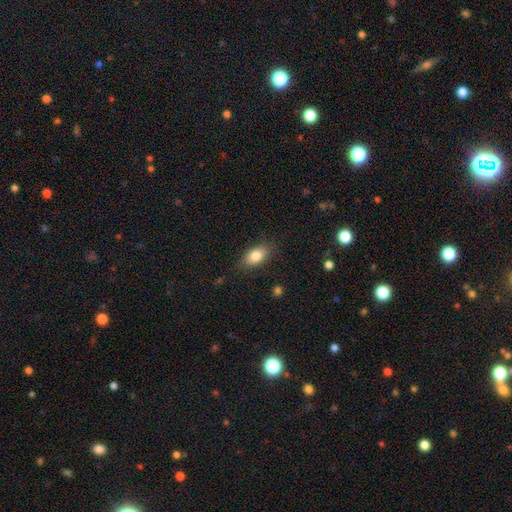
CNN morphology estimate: smooth_or_featured: smooth (p=0.82) [alt: featured or disk p=0.10]
how_rounded: in between (p=0.88) [alt: round p=0.08]
merging: none (p=0.83) [alt: minor disturbance p=0.12]